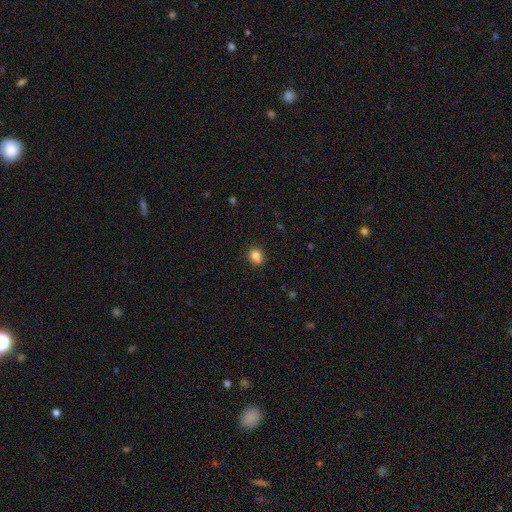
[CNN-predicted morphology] This is clearly a smooth galaxy (83%). How rounded: possibly in between (52%). Merging: likely none (71%).